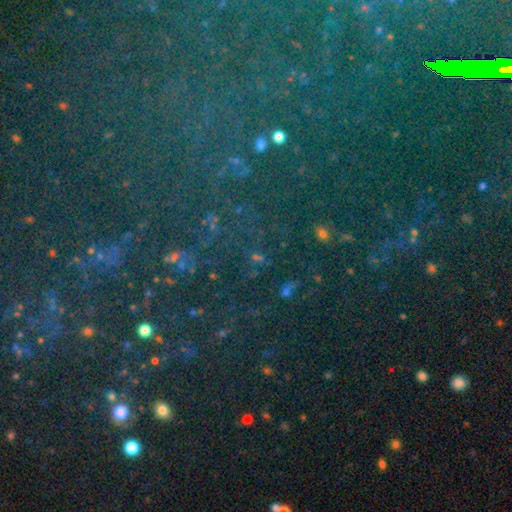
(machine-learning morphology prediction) This appears to be a star or artifact, not a galaxy (69%).